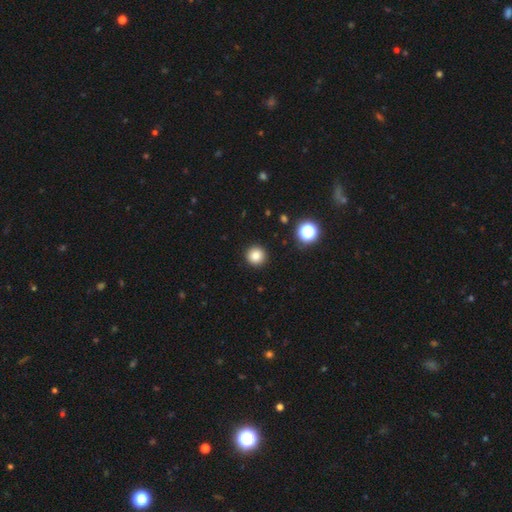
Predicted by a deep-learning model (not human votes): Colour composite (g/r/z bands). It shows a smooth galaxy with no disk features (83%) that is round (95%). Merging: none (93%).